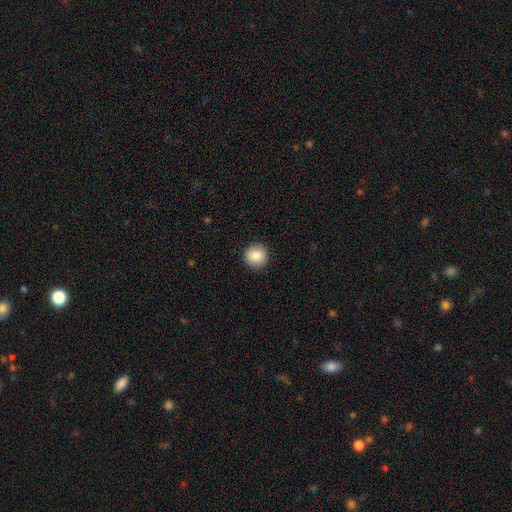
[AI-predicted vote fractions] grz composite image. It shows a smooth galaxy with no disk features (86%) that is round (94%). Merging: none (92%).